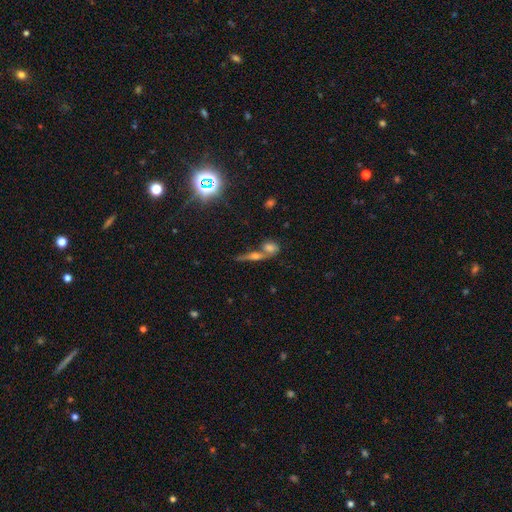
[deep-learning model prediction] A featured or disk galaxy (43%). Merging: none (43%, tied with merger).